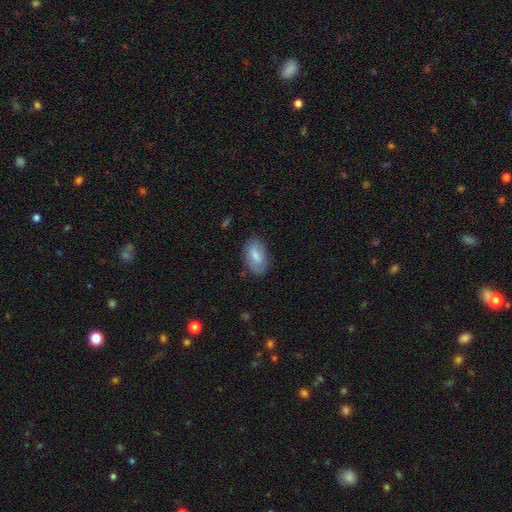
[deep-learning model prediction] Smooth or featured: smooth — 71% (featured or disk — 23%)
How rounded: in between — 92% (round — 5%)
Merging: none — 78% (minor disturbance — 17%)